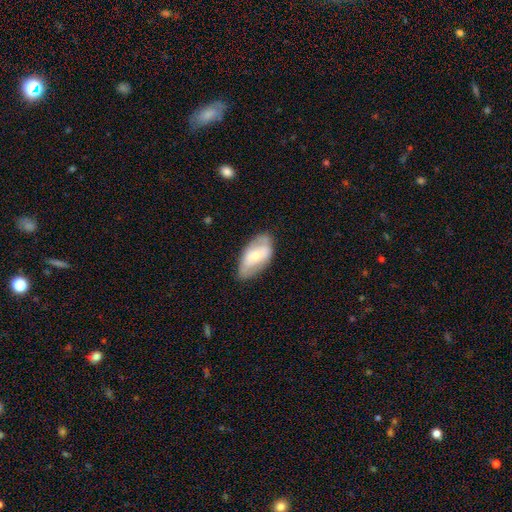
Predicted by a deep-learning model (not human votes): This appears to be a smooth galaxy with no disk features (47%). Merging: none (70%).